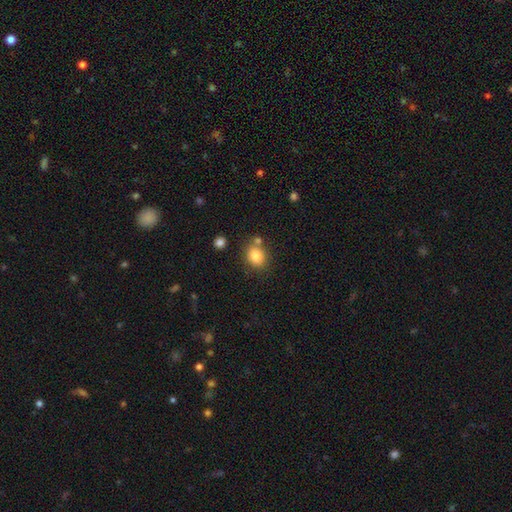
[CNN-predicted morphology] The model was most divided on "how rounded": round: 61%, in between: 38%, cigar-shaped: 1%. More confident: smooth or featured — smooth (83%); merging — none (70%).